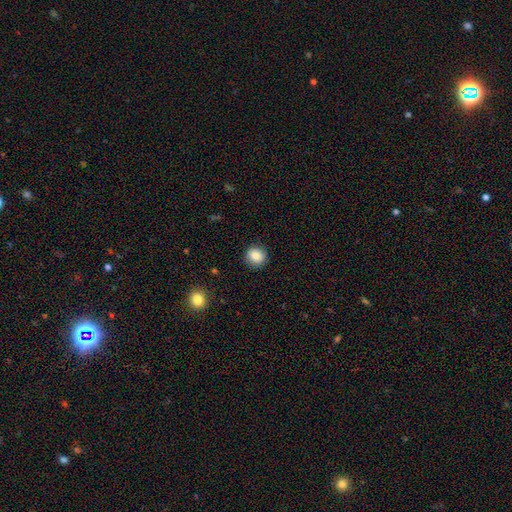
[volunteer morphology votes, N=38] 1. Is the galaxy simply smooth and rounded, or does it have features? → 89% smooth, 8% star or artifact, 3% featured or disk.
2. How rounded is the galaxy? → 82% round, 18% in between, 0% cigar-shaped.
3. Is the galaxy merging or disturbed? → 91% none, 9% minor disturbance, 0% major disturbance, 0% merger.